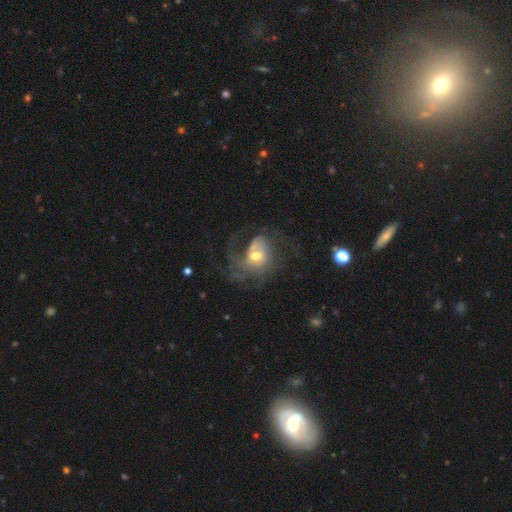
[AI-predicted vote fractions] Q: Smooth or featured?
A: featured or disk (73%); runner-up: smooth (18%)
Q: Edge-on disk?
A: no (97%); runner-up: yes (3%)
Q: Bar?
A: no (59%); runner-up: weak (34%)
Q: Spiral arms?
A: yes (78%); runner-up: no (22%)
Q: Spiral winding?
A: loose (39%); runner-up: medium (38%)
Q: Spiral arm count?
A: can't tell (32%); runner-up: 2 (23%)
Q: Bulge size?
A: moderate (66%); runner-up: small (21%)
Q: Merging?
A: major disturbance (43%); runner-up: none (35%)